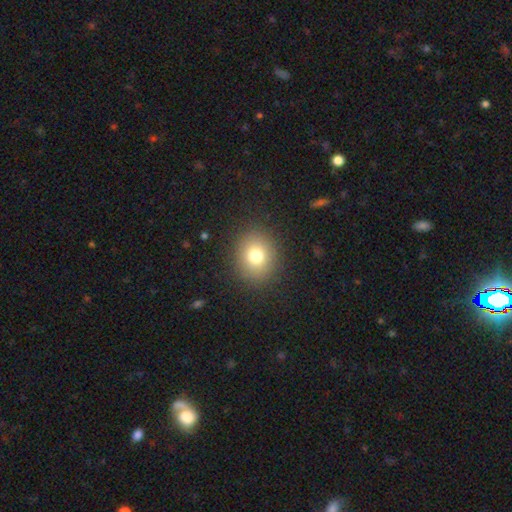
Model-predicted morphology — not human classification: Smooth or featured? Predicted: smooth (p=0.77). How rounded? Predicted: round (p=0.71). Merging? Predicted: none (p=0.88).